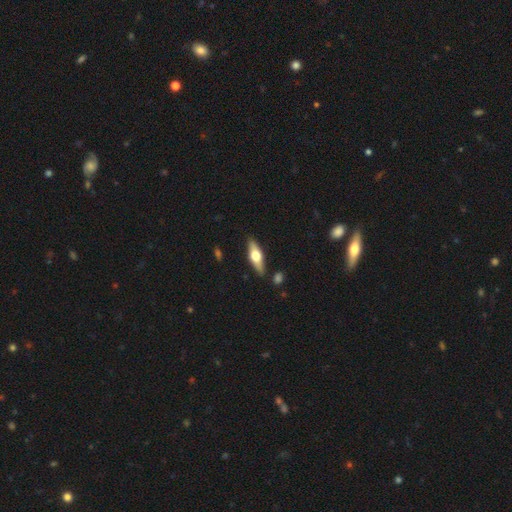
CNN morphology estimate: Smooth or featured? featured or disk (51%)
Edge-on disk? yes (89%)
Merging? none (86%)